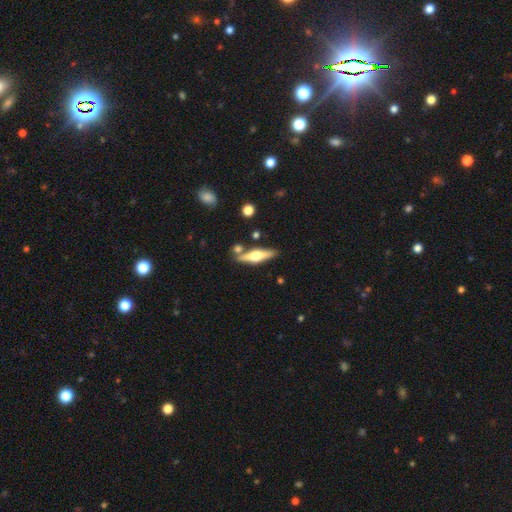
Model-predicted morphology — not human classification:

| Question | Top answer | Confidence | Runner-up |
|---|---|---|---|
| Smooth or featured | featured or disk | 61% | smooth (33%) |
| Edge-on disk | yes | 95% | no (5%) |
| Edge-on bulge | rounded | 94% | boxy (4%) |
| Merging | none | 79% | minor disturbance (10%) |